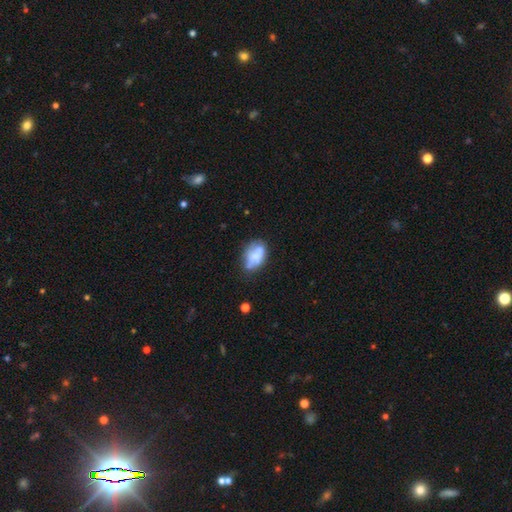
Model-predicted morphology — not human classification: A smooth galaxy with no disk features (52%) that is in between round and cigar-shaped (83%). Merging: none (39%).